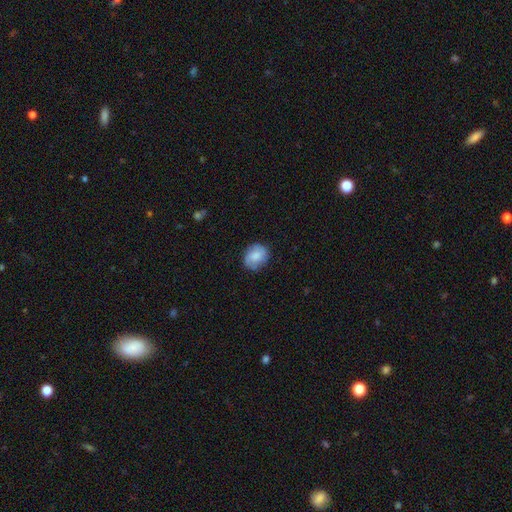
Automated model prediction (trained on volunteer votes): Smooth or featured?
  - smooth: 75% *
  - featured or disk: 17%
  - star or artifact: 7%
How rounded?
  - round: 60% *
  - in between: 39%
  - cigar-shaped: 1%
Merging?
  - none: 77% *
  - minor disturbance: 18%
  - major disturbance: 4%
  - merger: 1%